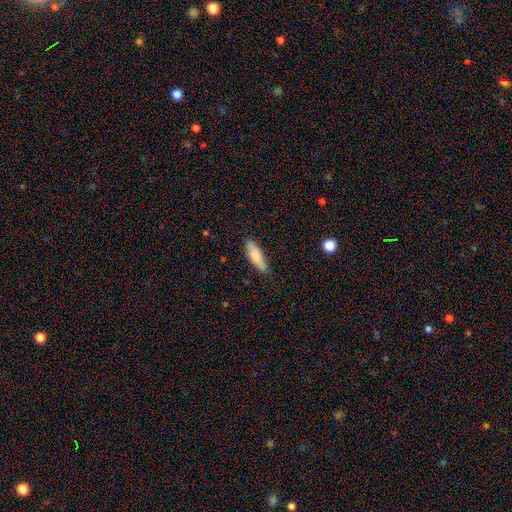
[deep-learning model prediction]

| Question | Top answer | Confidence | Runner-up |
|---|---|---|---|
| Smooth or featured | smooth | 81% | featured or disk (13%) |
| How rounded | cigar-shaped | 55% | in between (43%) |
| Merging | none | 80% | minor disturbance (16%) |